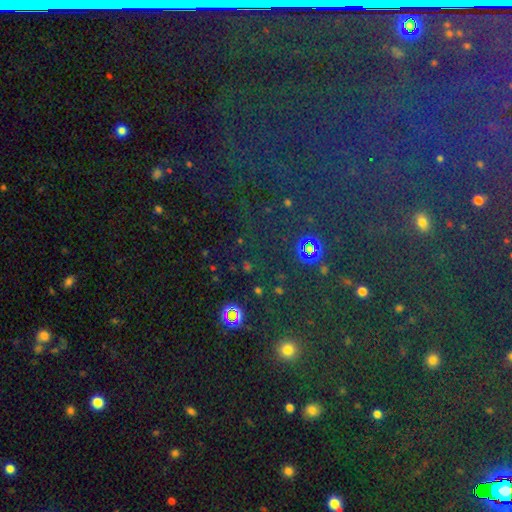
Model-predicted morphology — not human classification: Smooth or featured? star or artifact (70%)